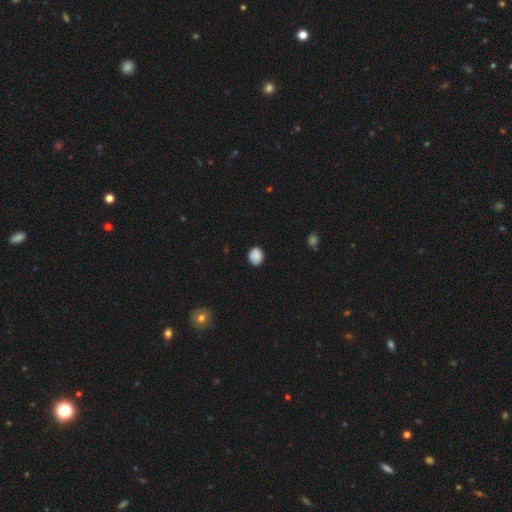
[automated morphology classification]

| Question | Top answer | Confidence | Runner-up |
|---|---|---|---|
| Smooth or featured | smooth | 87% | star or artifact (9%) |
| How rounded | round | 61% | in between (38%) |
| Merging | none | 82% | minor disturbance (14%) |